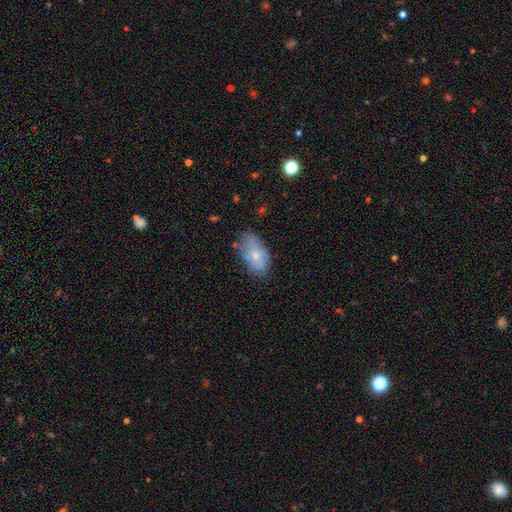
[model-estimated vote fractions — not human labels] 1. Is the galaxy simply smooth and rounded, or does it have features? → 62% smooth, 30% featured or disk, 8% star or artifact.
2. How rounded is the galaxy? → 92% in between, 6% round, 2% cigar-shaped.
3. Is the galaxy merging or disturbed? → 57% none, 29% minor disturbance, 10% major disturbance, 4% merger.